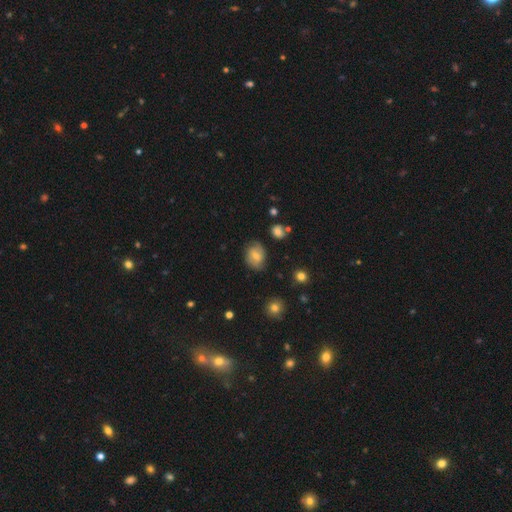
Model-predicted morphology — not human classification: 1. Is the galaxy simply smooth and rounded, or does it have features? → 60% smooth, 30% featured or disk, 10% star or artifact.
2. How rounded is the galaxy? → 57% in between, 42% round, 1% cigar-shaped.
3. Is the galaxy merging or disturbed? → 74% none, 19% minor disturbance, 5% major disturbance, 2% merger.